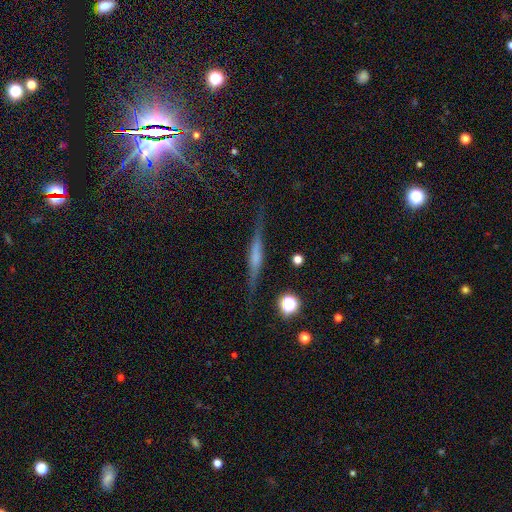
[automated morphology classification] This is likely a featured or disk galaxy (65%). It is clearly viewed edge-on (96%). Edge-on bulge: marginally rounded (43%). Merging: clearly none (85%).